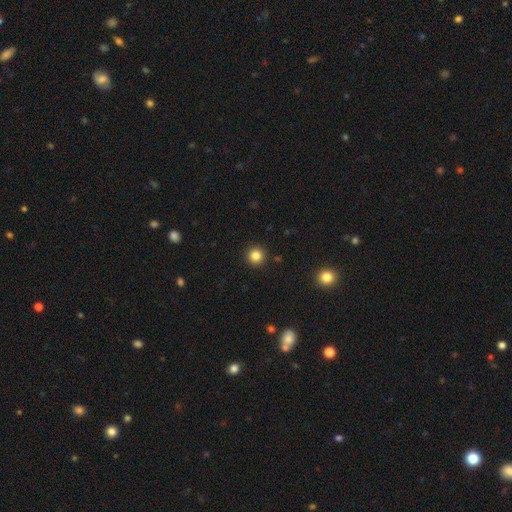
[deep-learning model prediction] This appears to be a smooth galaxy with no disk features (84%) that is round (96%). Merging: none (92%).